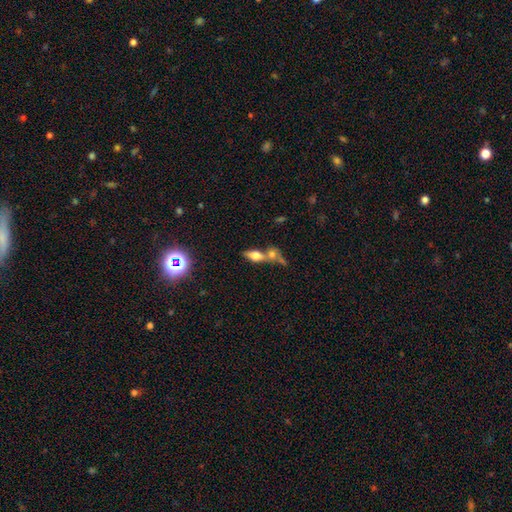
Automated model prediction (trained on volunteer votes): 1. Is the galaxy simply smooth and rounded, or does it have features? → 58% smooth, 30% featured or disk, 12% star or artifact.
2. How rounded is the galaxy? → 68% in between, 21% cigar-shaped, 10% round.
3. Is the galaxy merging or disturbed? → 58% merger, 27% none, 8% minor disturbance, 6% major disturbance.